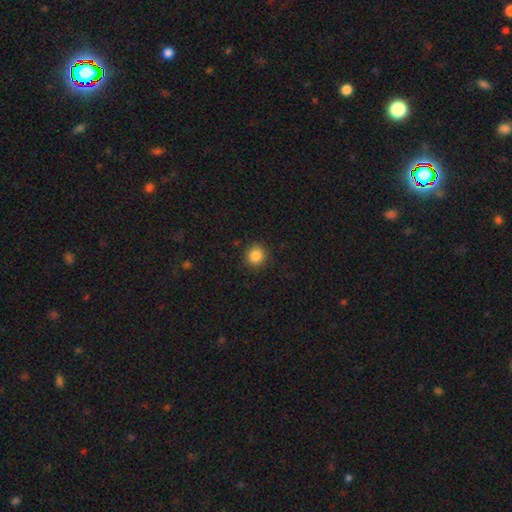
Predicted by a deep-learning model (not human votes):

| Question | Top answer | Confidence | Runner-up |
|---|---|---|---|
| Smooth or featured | smooth | 86% | star or artifact (10%) |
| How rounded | round | 89% | in between (10%) |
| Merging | none | 90% | minor disturbance (7%) |